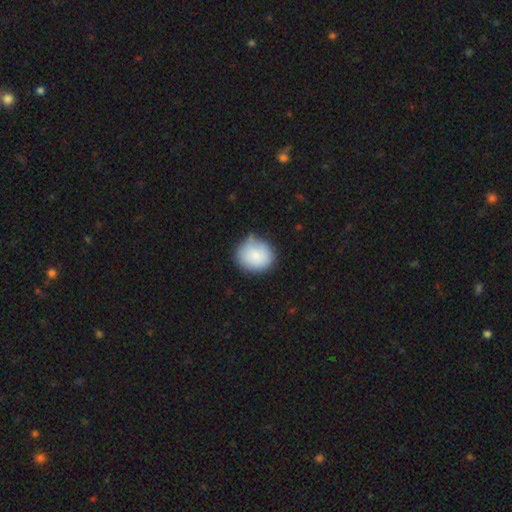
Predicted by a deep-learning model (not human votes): Smooth or featured: smooth — 82% (featured or disk — 11%)
How rounded: round — 76% (in between — 23%)
Merging: none — 70% (minor disturbance — 22%)